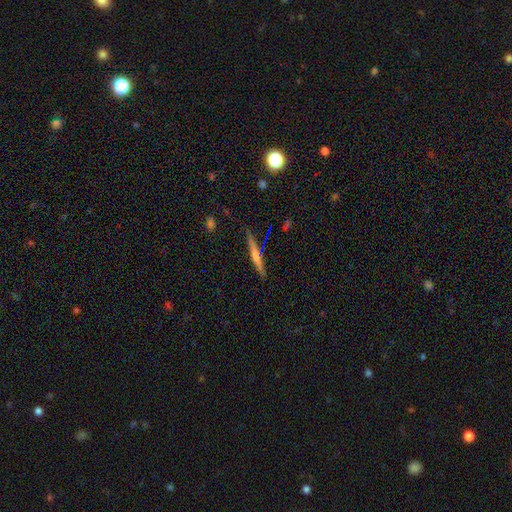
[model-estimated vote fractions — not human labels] featured or disk 53%, smooth 39%, star or artifact 9%. Down the decision tree: edge-on disk — yes (97%); edge-on bulge — none (50%); merging — none (88%).